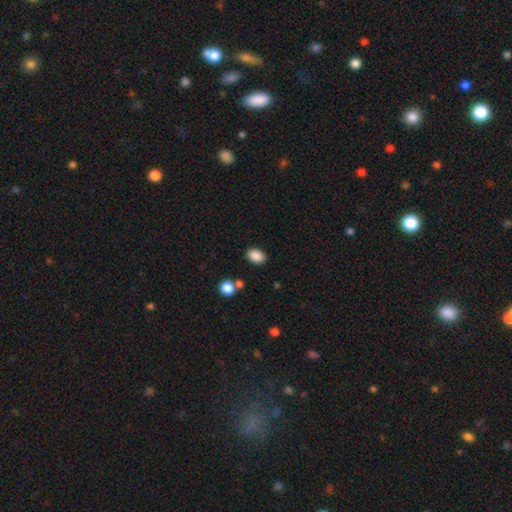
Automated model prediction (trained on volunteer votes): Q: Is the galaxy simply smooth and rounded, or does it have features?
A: smooth — 88%.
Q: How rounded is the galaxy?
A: in between — 81%.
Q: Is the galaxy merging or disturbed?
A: none — 84%.